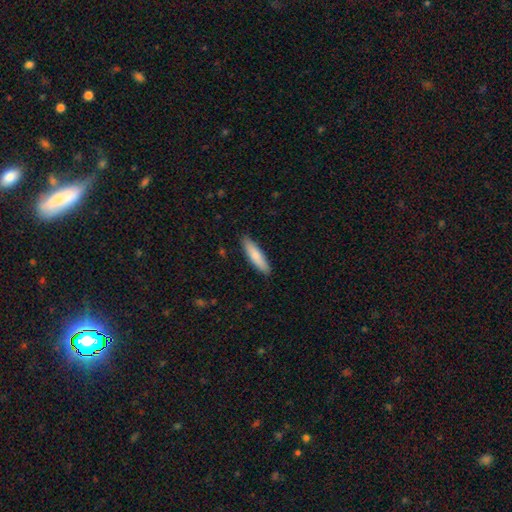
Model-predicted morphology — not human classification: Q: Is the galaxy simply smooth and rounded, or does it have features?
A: smooth — 78%.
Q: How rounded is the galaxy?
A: cigar-shaped — 72%.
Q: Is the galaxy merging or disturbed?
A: none — 89%.